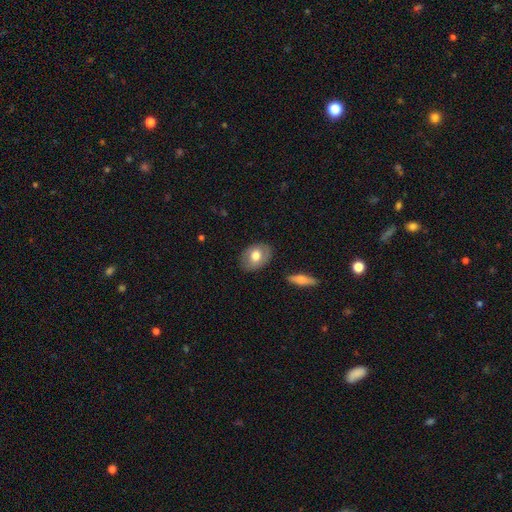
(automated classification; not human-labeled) smooth-or-featured: smooth: 67% | featured or disk: 27% | star or artifact: 6%
  how-rounded: in between: 75% | round: 24% | cigar-shaped: 1%
  merging: none: 85% | minor disturbance: 11% | major disturbance: 3% | merger: 2%